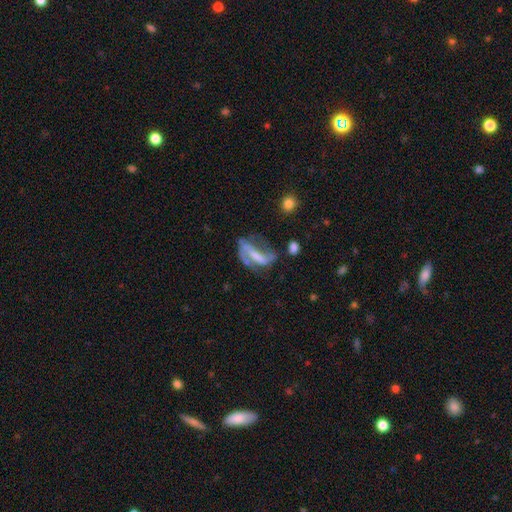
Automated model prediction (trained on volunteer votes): A featured or disk galaxy (71%) with a strong bar (55%), 2 (75%) loose (47%) spiral arms (77%) and no central bulge (36%).

Vote fractions:
- Smooth or featured? featured or disk: 71% / smooth: 20% / star or artifact: 8%
- Edge-on disk? no: 93% / yes: 7%
- Bar? strong: 55% / weak: 27% / no: 18%
- Spiral arms? yes: 77% / no: 23%
- Spiral winding? loose: 47% / medium: 37% / tight: 16%
- Spiral arm count? 2: 75% / 1: 12% / can't tell: 9% / 3: 2% / 4: 1% / more than 4: 1%
- Bulge size? none: 36% / small: 31% / moderate: 24% / large: 7% / dominant: 2%
- Merging? none: 37% / major disturbance: 33% / minor disturbance: 22% / merger: 7%